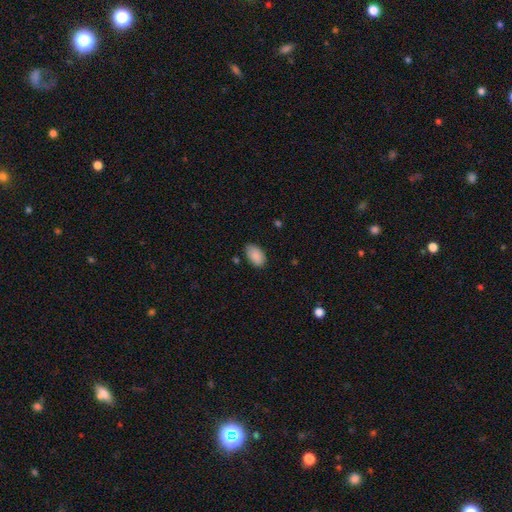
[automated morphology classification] Smooth or featured? Predicted: smooth (p=0.89). How rounded? Predicted: in between (p=0.93). Merging? Predicted: none (p=0.80).